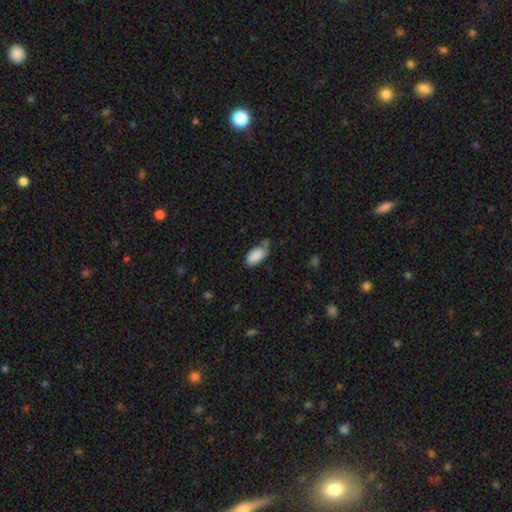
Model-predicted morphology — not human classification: Q: Smooth or featured?
A: smooth (87%); runner-up: star or artifact (7%)
Q: How rounded?
A: in between (94%); runner-up: cigar-shaped (3%)
Q: Merging?
A: none (52%); runner-up: minor disturbance (29%)